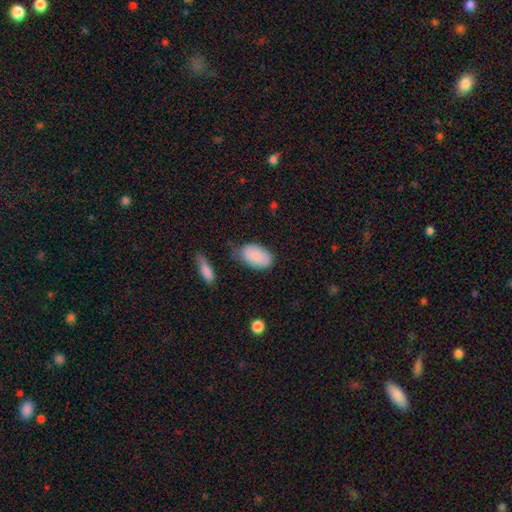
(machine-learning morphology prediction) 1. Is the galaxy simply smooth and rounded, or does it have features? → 87% smooth, 6% star or artifact, 6% featured or disk.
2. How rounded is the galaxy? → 94% in between, 5% round, 2% cigar-shaped.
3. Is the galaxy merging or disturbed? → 66% none, 23% minor disturbance, 6% major disturbance, 5% merger.